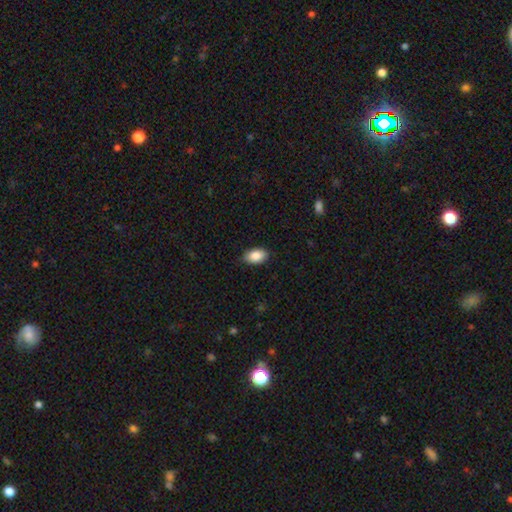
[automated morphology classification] Smooth or featured?
  - smooth: 88% *
  - star or artifact: 7%
  - featured or disk: 6%
How rounded?
  - in between: 93% *
  - round: 5%
  - cigar-shaped: 2%
Merging?
  - none: 87% *
  - minor disturbance: 10%
  - major disturbance: 2%
  - merger: 1%